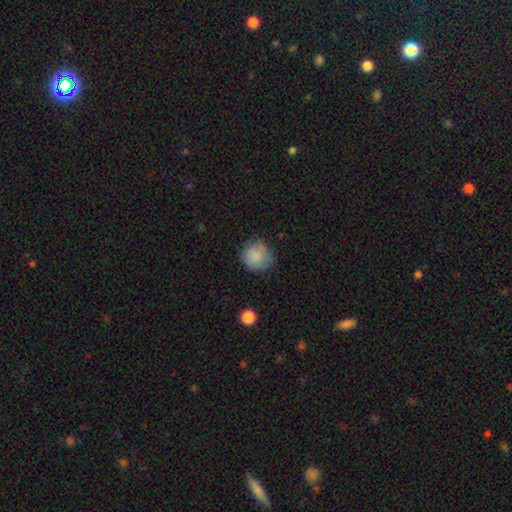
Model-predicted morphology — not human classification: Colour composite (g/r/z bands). It shows a smooth galaxy with no disk features (84%) that is round (90%). Merging: none (73%).